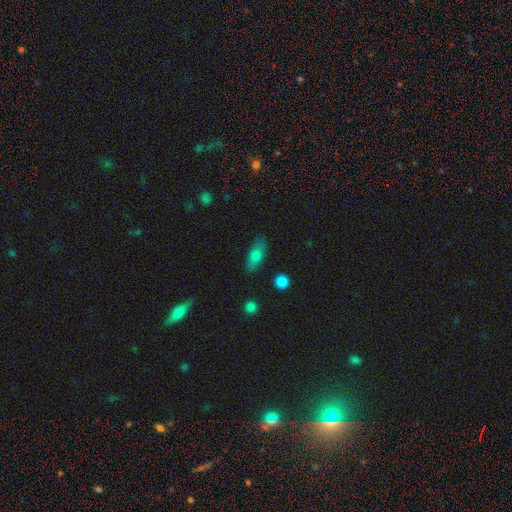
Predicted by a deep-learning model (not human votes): Morphology: type=smooth (74%); roundness=in between (78%); merging=none (80%).